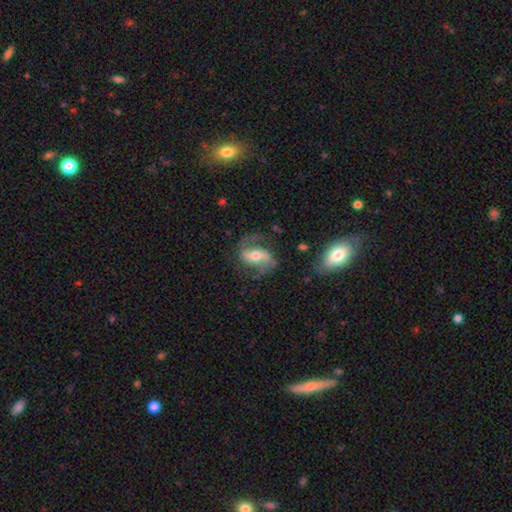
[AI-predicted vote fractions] smooth-or-featured: featured or disk: 83% | smooth: 11% | star or artifact: 6%
  disk-edge-on: no: 96% | yes: 4%
    bar: strong: 40% | weak: 38% | no: 22%
    has-spiral-arms: yes: 94% | no: 6%
      spiral-winding: medium: 44% | loose: 43% | tight: 13%
      spiral-arm-count: 2: 90% | can't tell: 4% | 1: 3% | 3: 2% | 4: 1% | more than 4: 1%
    bulge-size: moderate: 67% | small: 24% | large: 7% | none: 1% | dominant: 1%
  merging: none: 70% | minor disturbance: 17% | major disturbance: 11% | merger: 2%